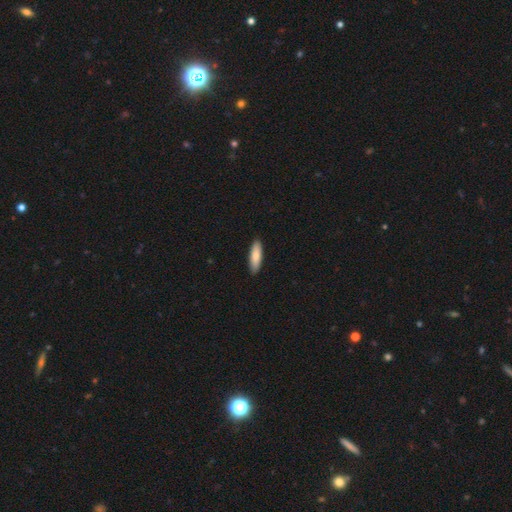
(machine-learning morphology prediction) This is clearly a smooth galaxy (82%). How rounded: possibly cigar-shaped (58%). Merging: clearly none (91%).